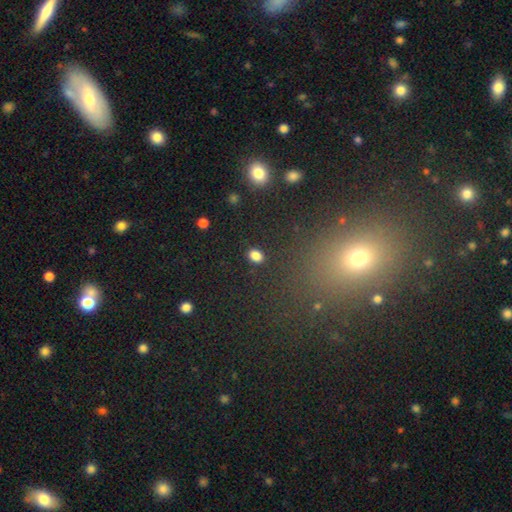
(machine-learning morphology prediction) This is clearly a smooth galaxy (82%). How rounded: likely in between (70%). Merging: clearly none (88%).